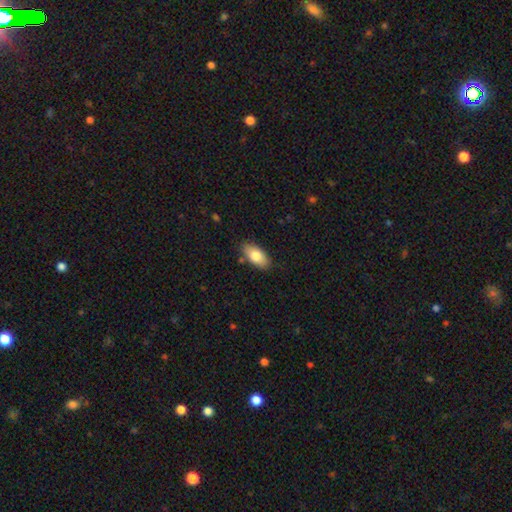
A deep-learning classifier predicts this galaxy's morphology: smooth_or_featured: smooth (p=0.79) [alt: featured or disk p=0.15]
how_rounded: in between (p=0.90) [alt: cigar-shaped p=0.06]
merging: none (p=0.83) [alt: minor disturbance p=0.13]